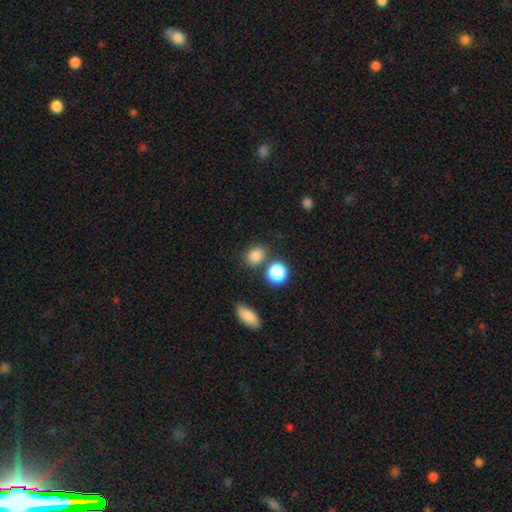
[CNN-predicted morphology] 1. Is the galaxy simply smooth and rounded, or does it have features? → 82% smooth, 13% star or artifact, 5% featured or disk.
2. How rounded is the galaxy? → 56% round, 42% in between, 1% cigar-shaped.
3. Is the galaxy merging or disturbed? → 76% none, 11% minor disturbance, 9% merger, 4% major disturbance.